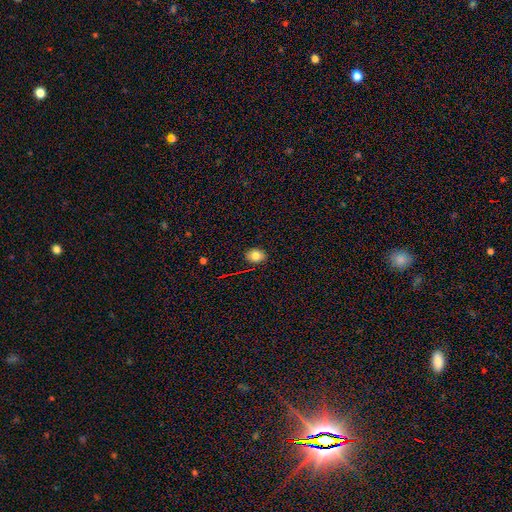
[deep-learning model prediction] Overall: smooth (80%). How rounded: in between (53%; round 46%). Merging: none (87%).